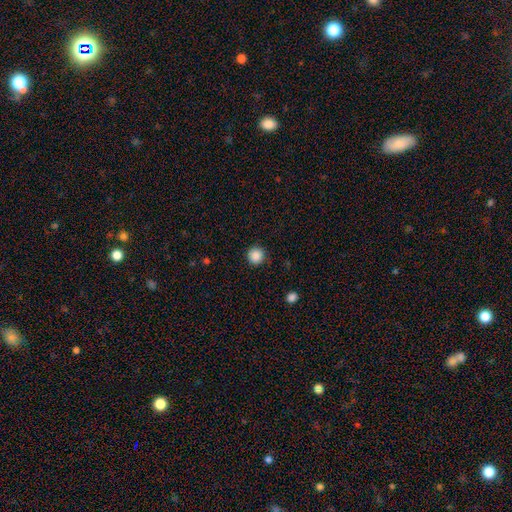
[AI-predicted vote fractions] smooth 87%, star or artifact 10%, featured or disk 3%. Down the decision tree: how rounded — round (95%); merging — none (91%).